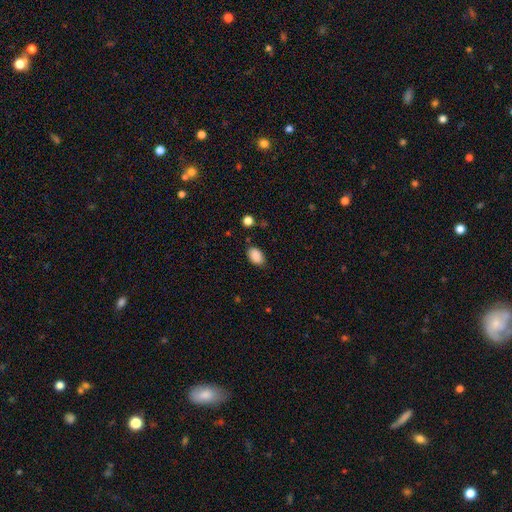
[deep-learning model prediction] A smooth galaxy with no disk features (89%) that is in between round and cigar-shaped (87%). Merging: none (80%).